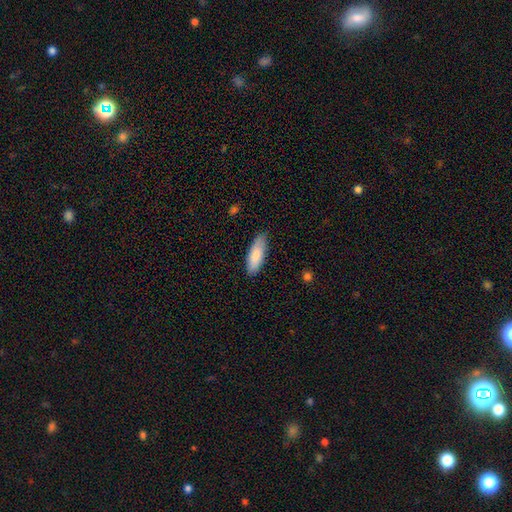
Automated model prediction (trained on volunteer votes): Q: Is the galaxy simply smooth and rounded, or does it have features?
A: smooth — 85%.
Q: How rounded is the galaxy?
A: in between — 63%.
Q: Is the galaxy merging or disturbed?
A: none — 84%.